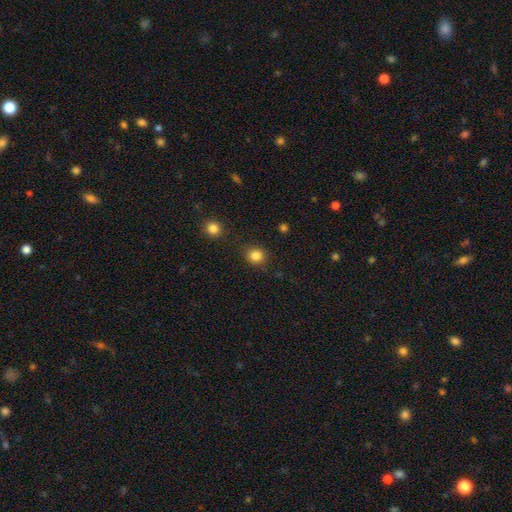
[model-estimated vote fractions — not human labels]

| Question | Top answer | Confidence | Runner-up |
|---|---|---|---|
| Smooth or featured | smooth | 84% | star or artifact (11%) |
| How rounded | round | 81% | in between (18%) |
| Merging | none | 83% | minor disturbance (10%) |